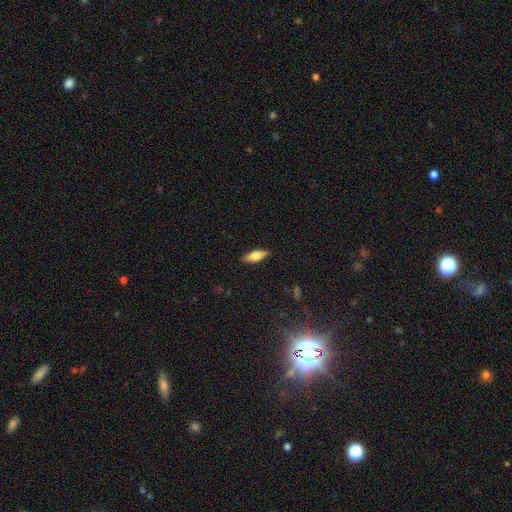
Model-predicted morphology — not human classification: Smooth or featured? smooth (56%)
How rounded? in between (55%)
Merging? none (89%)